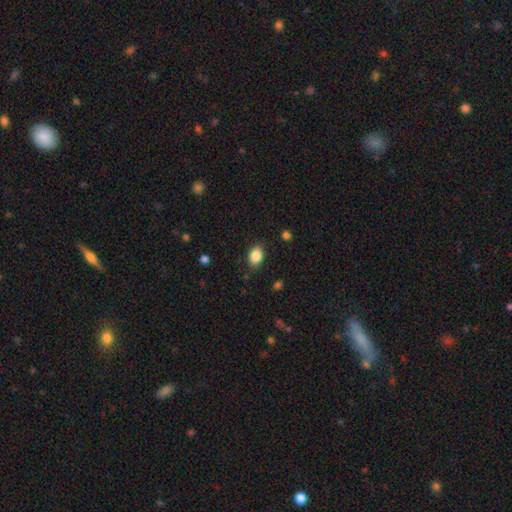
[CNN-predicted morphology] smooth 86%, star or artifact 9%, featured or disk 5%. Down the decision tree: how rounded — in between (79%); merging — none (86%).